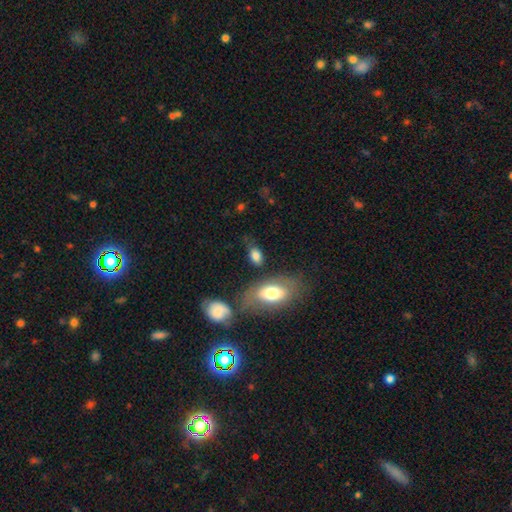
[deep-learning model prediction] Smooth or featured?
  - smooth: 81% *
  - featured or disk: 11%
  - star or artifact: 9%
How rounded?
  - in between: 84% *
  - round: 12%
  - cigar-shaped: 3%
Merging?
  - none: 57% *
  - minor disturbance: 22%
  - merger: 11%
  - major disturbance: 10%